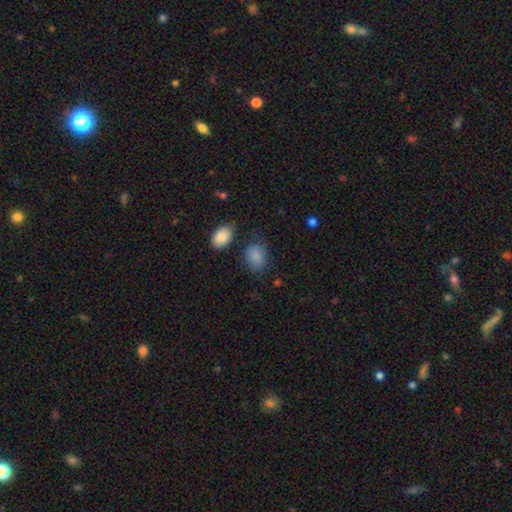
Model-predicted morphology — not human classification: Smooth or featured? Predicted: smooth (p=0.87). How rounded? Predicted: in between (p=0.68). Merging? Predicted: none (p=0.72).